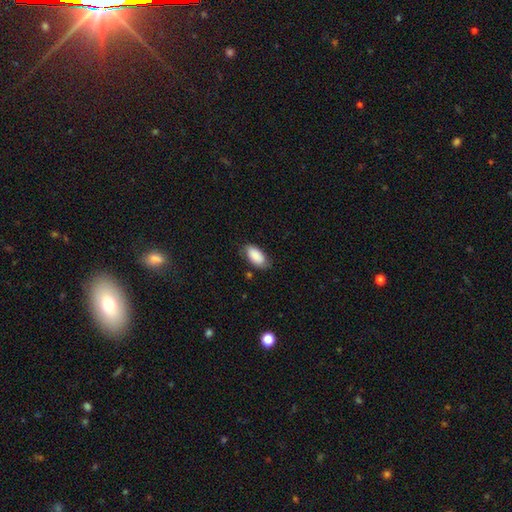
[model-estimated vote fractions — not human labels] A smooth galaxy with no disk features (87%) that is in between round and cigar-shaped (94%). Merging: none (74%).